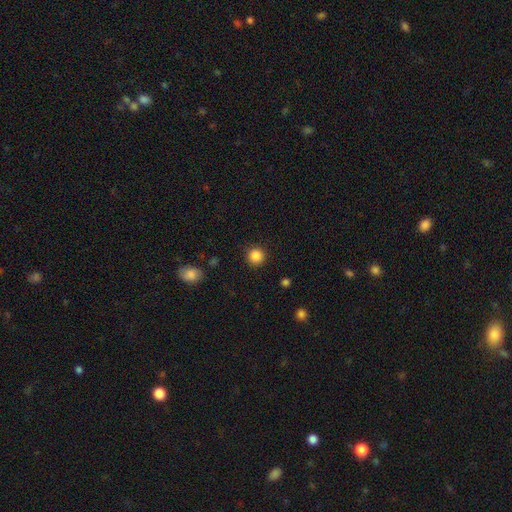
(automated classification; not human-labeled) This is clearly a smooth galaxy (86%). How rounded: clearly round (94%). Merging: clearly none (90%).